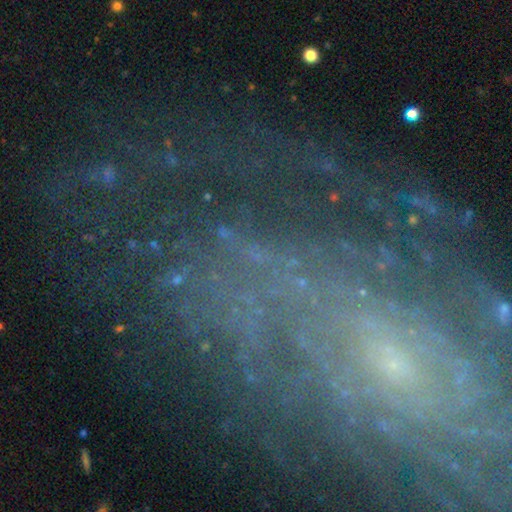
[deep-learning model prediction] Morphology: type=star or artifact (57%).